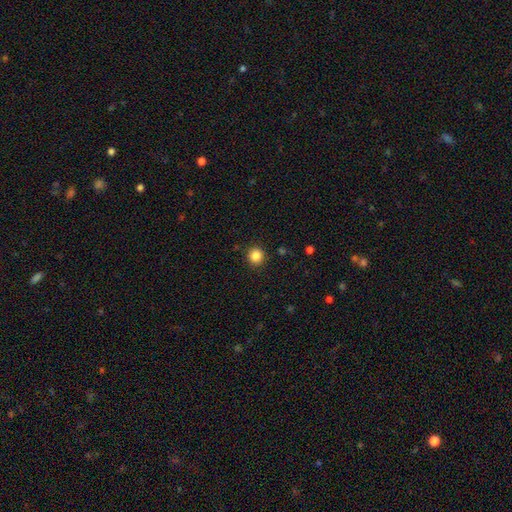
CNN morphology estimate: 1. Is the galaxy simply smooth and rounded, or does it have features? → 85% smooth, 11% star or artifact, 4% featured or disk.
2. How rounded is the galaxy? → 92% round, 7% in between, 1% cigar-shaped.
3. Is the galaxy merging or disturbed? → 91% none, 6% minor disturbance, 2% major disturbance, 1% merger.